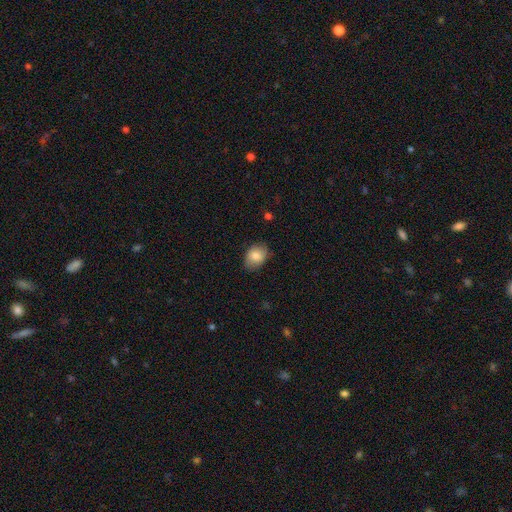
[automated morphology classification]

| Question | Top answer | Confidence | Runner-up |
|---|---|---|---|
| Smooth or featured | smooth | 82% | featured or disk (10%) |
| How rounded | in between | 70% | round (29%) |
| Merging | none | 78% | minor disturbance (18%) |